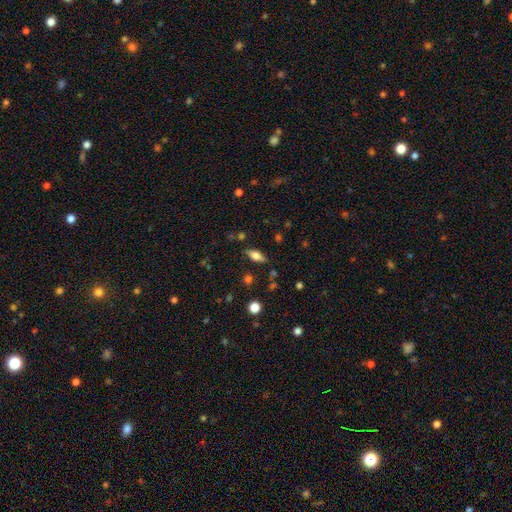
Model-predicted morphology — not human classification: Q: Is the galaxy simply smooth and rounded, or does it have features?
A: smooth — 67%.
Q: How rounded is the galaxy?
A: in between — 77%.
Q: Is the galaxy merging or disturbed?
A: none — 81%.